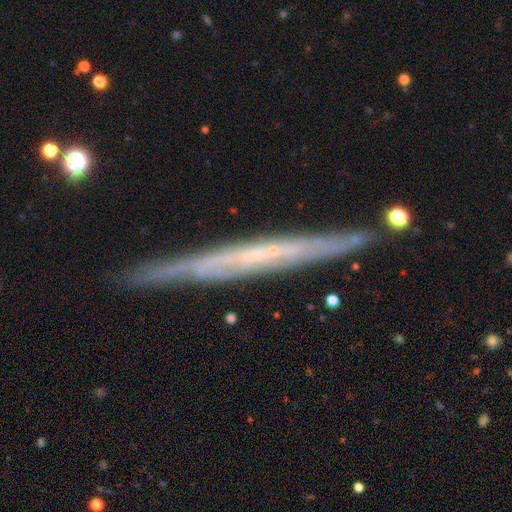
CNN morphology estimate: Smooth or featured: featured or disk — 72% (smooth — 21%)
Edge-on disk: yes — 93% (no — 7%)
Edge-on bulge: none — 80% (rounded — 15%)
Merging: none — 86% (minor disturbance — 10%)